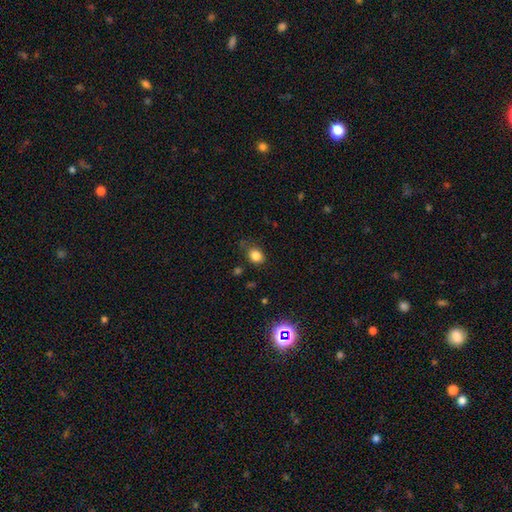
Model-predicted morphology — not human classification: smooth 82%, star or artifact 12%, featured or disk 6%. Down the decision tree: how rounded — round (56%); merging — none (73%).